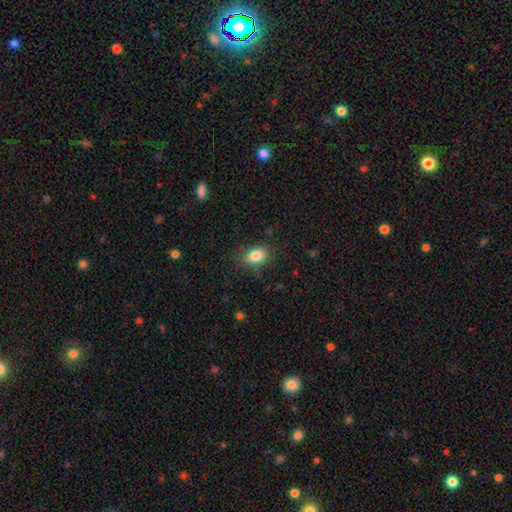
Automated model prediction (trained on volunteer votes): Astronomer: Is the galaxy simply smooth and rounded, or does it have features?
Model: smooth — 85%.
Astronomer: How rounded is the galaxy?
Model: in between — 85%.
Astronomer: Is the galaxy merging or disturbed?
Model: none — 83%.